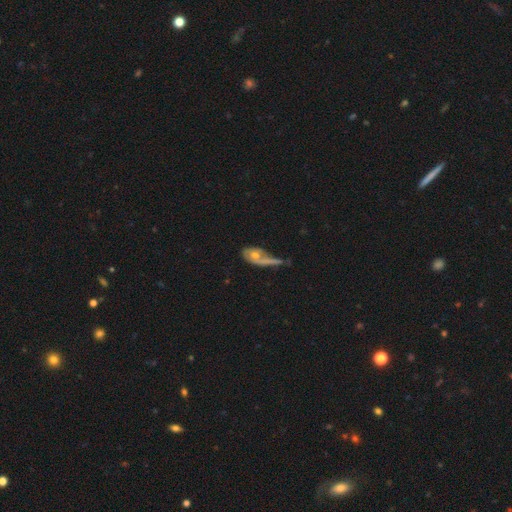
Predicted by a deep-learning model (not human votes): Q: Smooth or featured?
A: featured or disk (52%); runner-up: smooth (37%)
Q: Edge-on disk?
A: no (79%); runner-up: yes (21%)
Q: Merging?
A: major disturbance (38%); runner-up: none (26%)